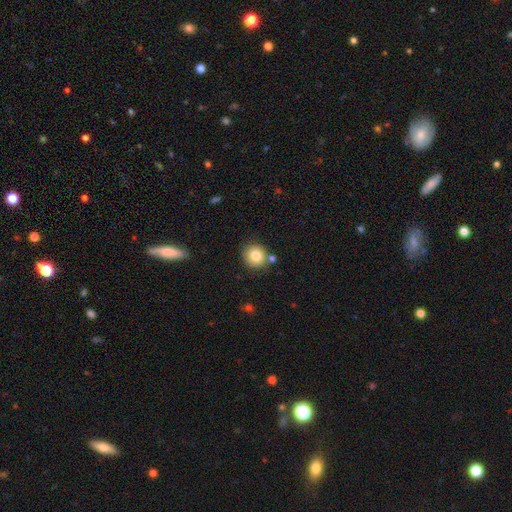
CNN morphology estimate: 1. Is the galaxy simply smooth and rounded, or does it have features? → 81% smooth, 10% star or artifact, 10% featured or disk.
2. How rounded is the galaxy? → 87% round, 12% in between, 1% cigar-shaped.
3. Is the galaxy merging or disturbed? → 80% none, 10% minor disturbance, 8% merger, 3% major disturbance.